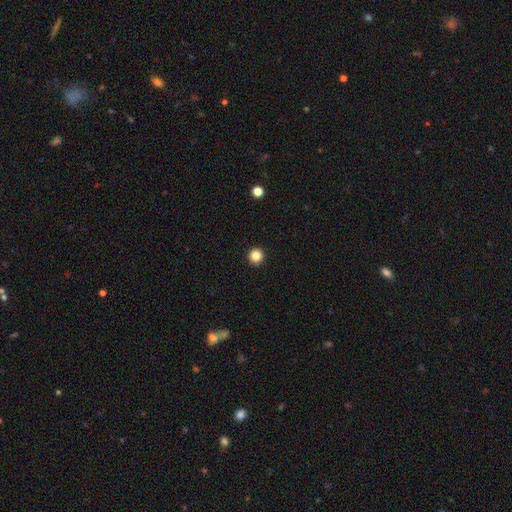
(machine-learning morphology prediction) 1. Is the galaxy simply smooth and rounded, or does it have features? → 85% smooth, 11% star or artifact, 4% featured or disk.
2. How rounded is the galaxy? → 96% round, 3% in between, 1% cigar-shaped.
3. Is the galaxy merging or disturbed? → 94% none, 4% minor disturbance, 1% major disturbance, 1% merger.